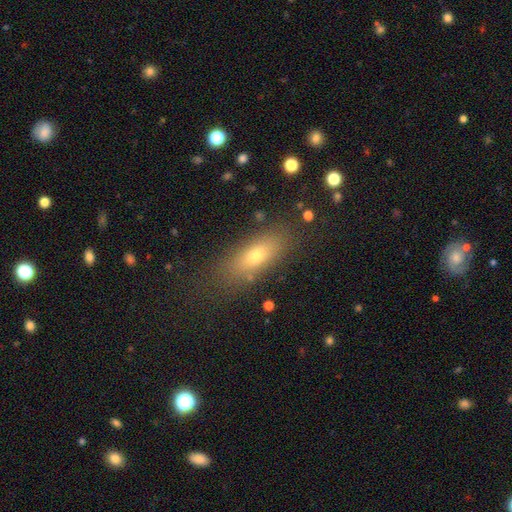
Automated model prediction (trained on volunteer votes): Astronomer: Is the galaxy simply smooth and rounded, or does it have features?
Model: smooth — 70%.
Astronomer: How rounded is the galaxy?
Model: in between — 72%.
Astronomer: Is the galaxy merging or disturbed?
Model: none — 77%.